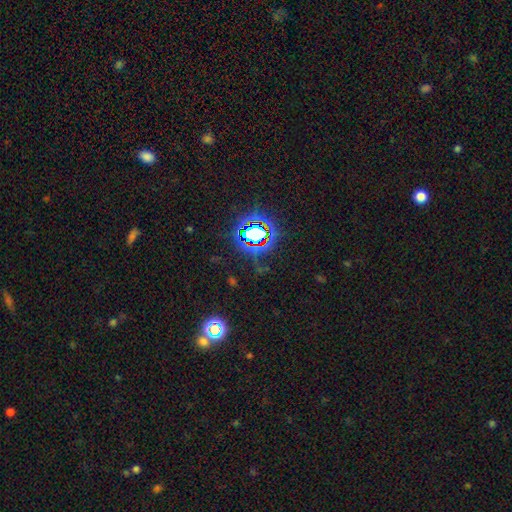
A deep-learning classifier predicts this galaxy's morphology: Overall: star or artifact (77%).